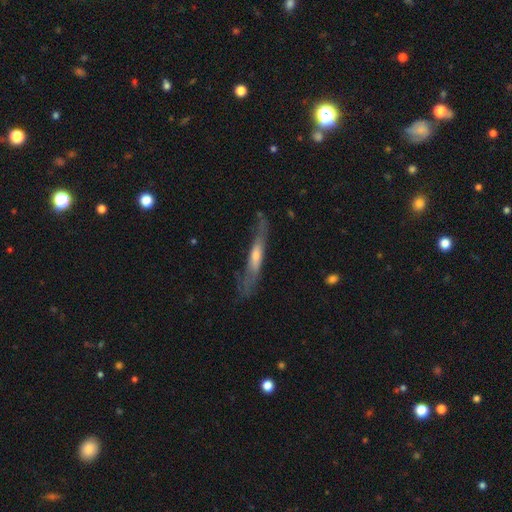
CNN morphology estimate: The model was most divided on "smooth or featured": featured or disk: 58%, smooth: 35%, star or artifact: 6%. More confident: edge-on disk — yes (76%); merging — none (66%).